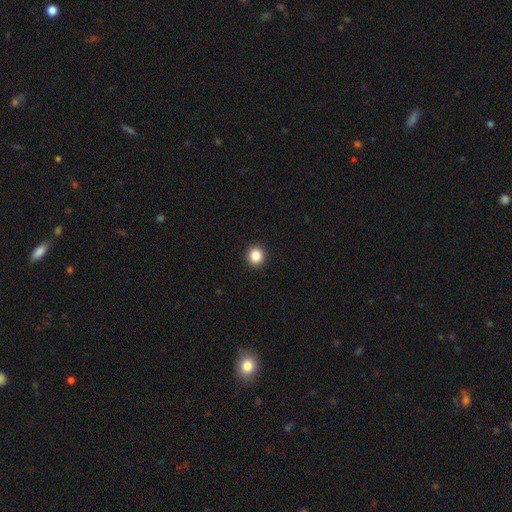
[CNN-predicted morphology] A smooth galaxy with no disk features (87%) that is round (92%).

Vote fractions:
- Smooth or featured? smooth: 87% / star or artifact: 10% / featured or disk: 3%
- How rounded? round: 92% / in between: 7% / cigar-shaped: 1%
- Merging? none: 93% / minor disturbance: 5% / major disturbance: 2% / merger: 1%